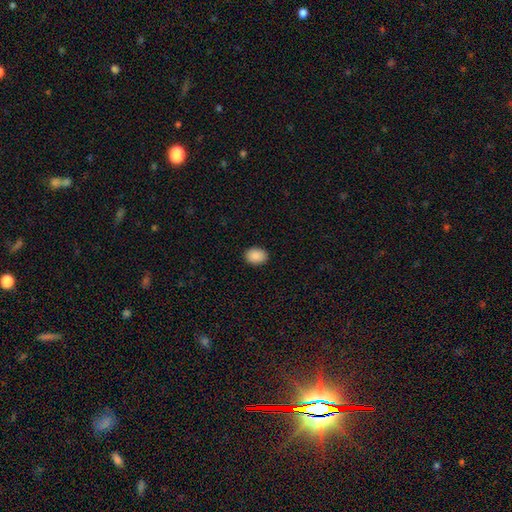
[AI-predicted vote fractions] A smooth galaxy with no disk features (90%) that is in between round and cigar-shaped (68%). Merging: none (90%).